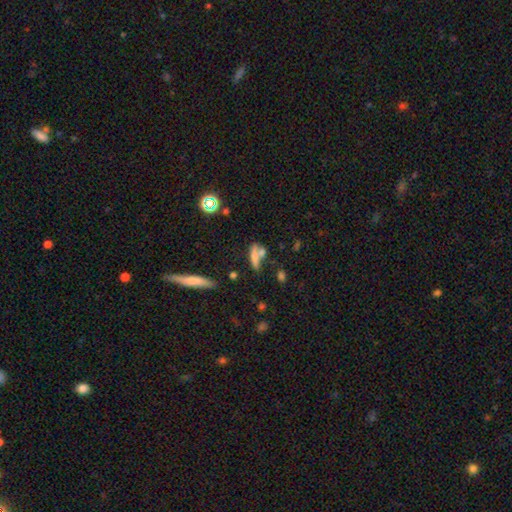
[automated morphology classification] This appears to be a smooth galaxy with no disk features (63%) that is cigar-shaped (58%). Merging: none (41%).